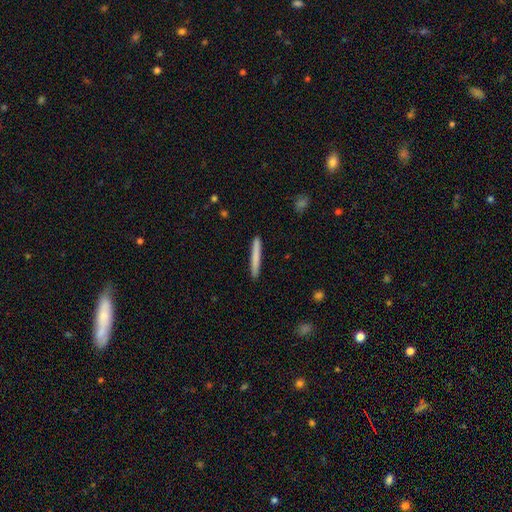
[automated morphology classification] Smooth or featured? smooth (76%)
How rounded? cigar-shaped (97%)
Merging? none (91%)